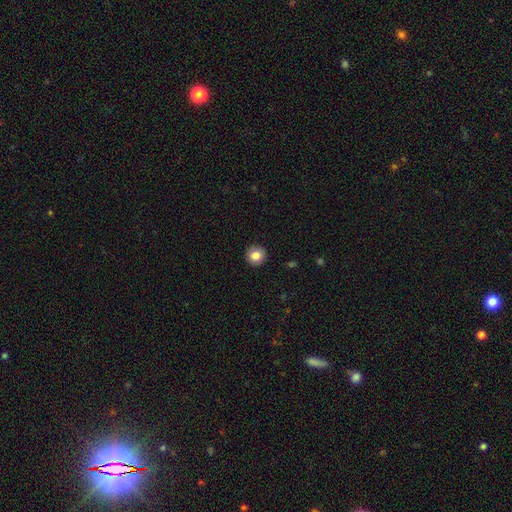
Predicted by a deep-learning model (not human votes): smooth 83%, star or artifact 9%, featured or disk 8%. Down the decision tree: how rounded — round (95%); merging — none (92%).